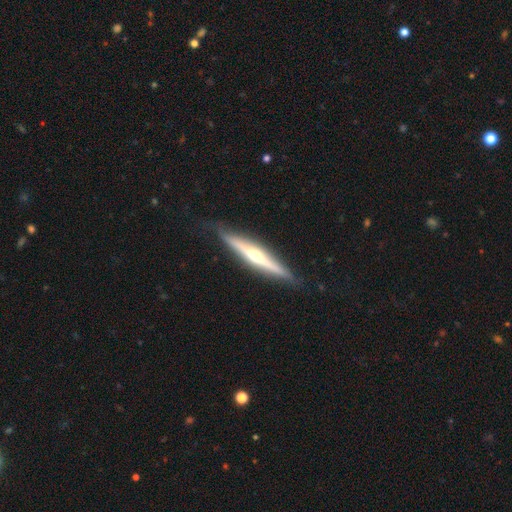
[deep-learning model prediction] Overall: featured or disk (73%). Edge-on disk: yes (96%). Edge-on bulge: rounded (86%). Merging: none (86%).